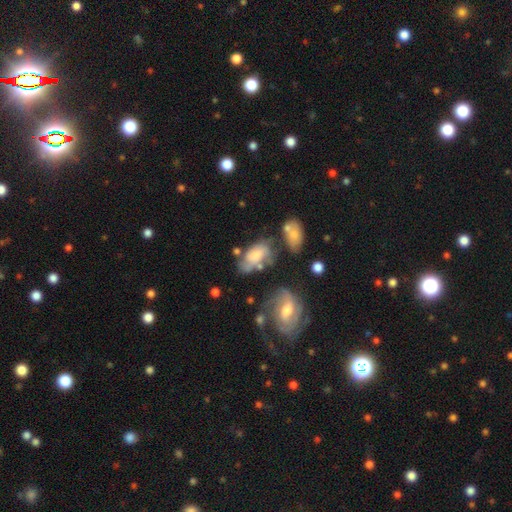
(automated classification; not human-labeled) Smooth or featured? smooth (45%, tied with featured or disk)
Merging? none (39%)